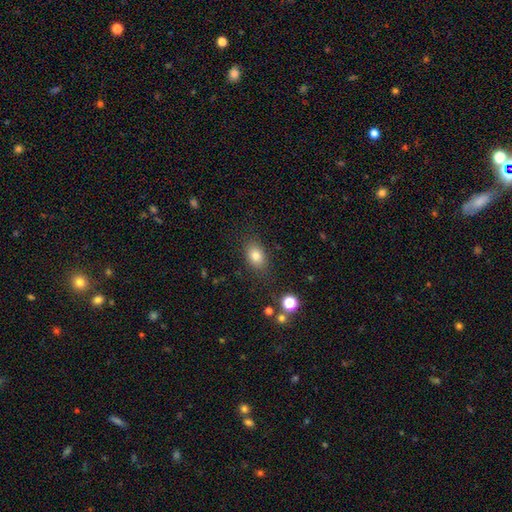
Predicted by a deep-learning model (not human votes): A smooth galaxy with no disk features (80%) that is in between round and cigar-shaped (75%).

Vote fractions:
- Smooth or featured? smooth: 80% / star or artifact: 11% / featured or disk: 9%
- How rounded? in between: 75% / round: 23% / cigar-shaped: 1%
- Merging? none: 82% / minor disturbance: 12% / major disturbance: 4% / merger: 2%